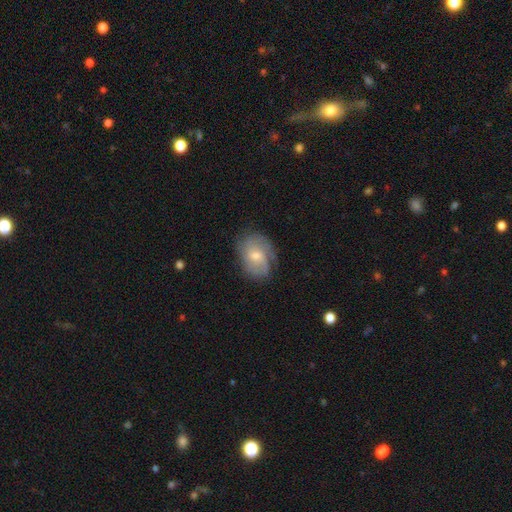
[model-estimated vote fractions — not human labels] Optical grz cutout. It shows a featured or disk galaxy (59%) with no bar (67%), spiral arms (84%) and a moderate central bulge (53%). Merging: none (69%).